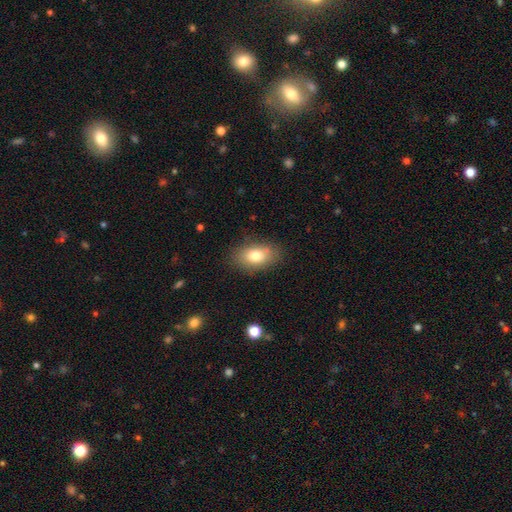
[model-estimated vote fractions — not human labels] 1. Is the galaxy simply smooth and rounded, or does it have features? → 79% smooth, 13% featured or disk, 8% star or artifact.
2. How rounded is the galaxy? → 88% in between, 10% round, 2% cigar-shaped.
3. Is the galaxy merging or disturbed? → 83% none, 12% minor disturbance, 3% major disturbance, 1% merger.